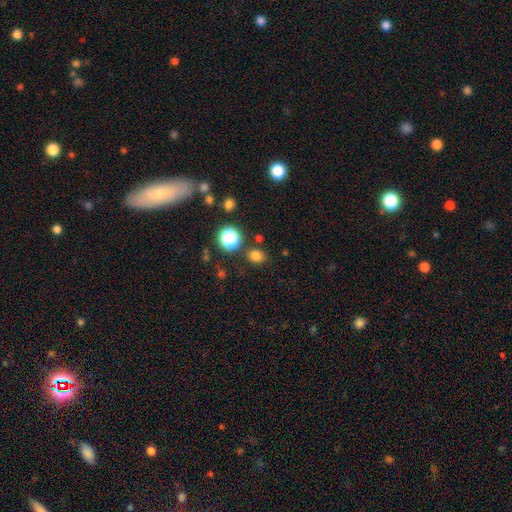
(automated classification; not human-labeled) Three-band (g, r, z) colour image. It shows a smooth galaxy with no disk features (77%) that is round (67%). Merging: none (82%).